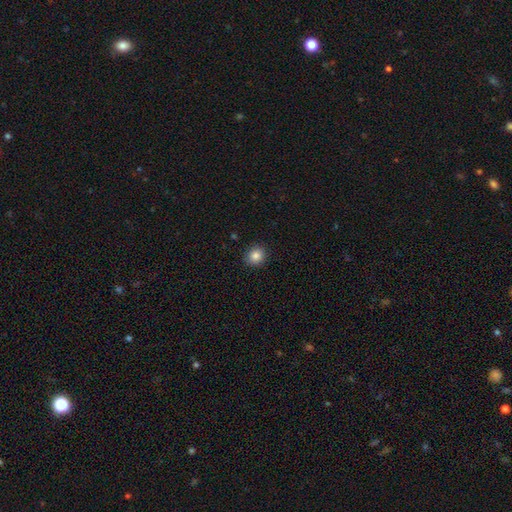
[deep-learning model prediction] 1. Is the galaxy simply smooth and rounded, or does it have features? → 84% smooth, 10% star or artifact, 6% featured or disk.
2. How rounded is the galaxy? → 81% round, 18% in between, 1% cigar-shaped.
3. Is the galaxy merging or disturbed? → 91% none, 7% minor disturbance, 2% major disturbance, 1% merger.